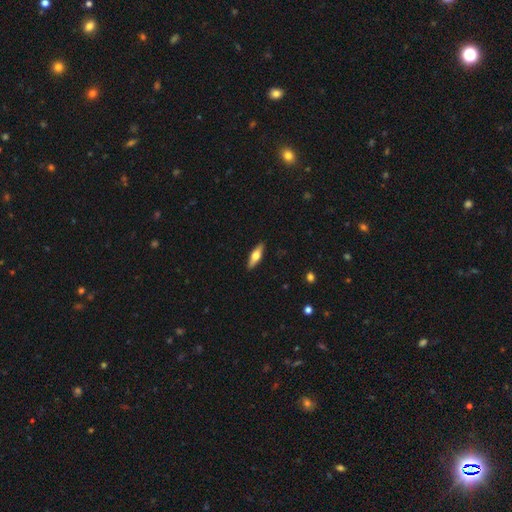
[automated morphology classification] Smooth or featured? Predicted: smooth (p=0.48). Merging? Predicted: none (p=0.90).